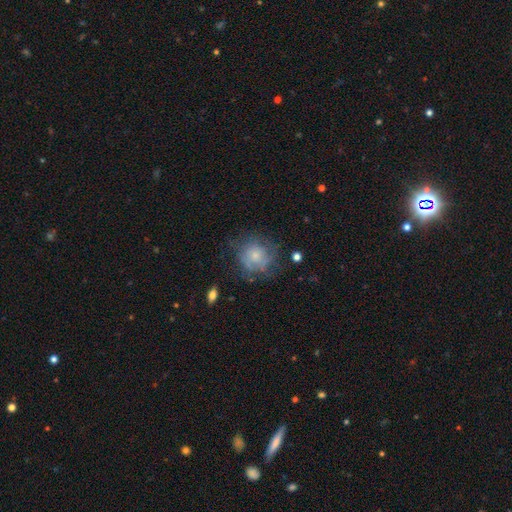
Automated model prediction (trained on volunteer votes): Smooth or featured? Predicted: smooth (p=0.57). How rounded? Predicted: round (p=0.86). Merging? Predicted: none (p=0.57).